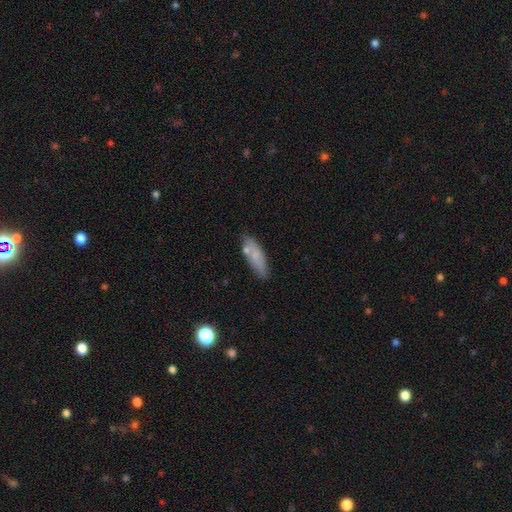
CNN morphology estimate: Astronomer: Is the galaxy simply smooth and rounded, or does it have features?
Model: smooth — 64%.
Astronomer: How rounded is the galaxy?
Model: in between — 55% (runner-up: cigar-shaped, 42%).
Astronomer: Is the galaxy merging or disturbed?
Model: none — 72%.